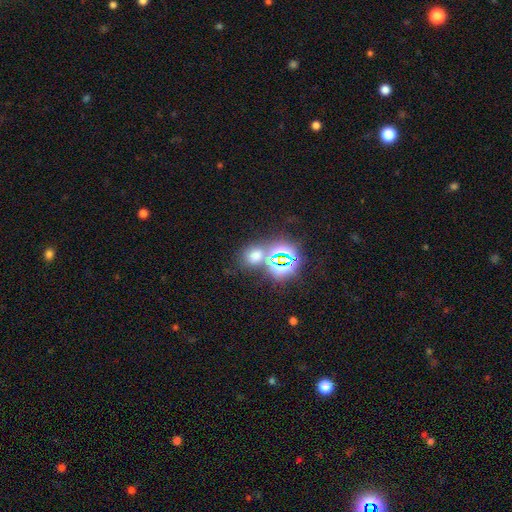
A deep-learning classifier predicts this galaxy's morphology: Smooth or featured?
  - smooth: 51% *
  - star or artifact: 41%
  - featured or disk: 8%
How rounded?
  - round: 57% *
  - in between: 41%
  - cigar-shaped: 1%
Merging?
  - none: 63% *
  - merger: 22%
  - minor disturbance: 10%
  - major disturbance: 5%